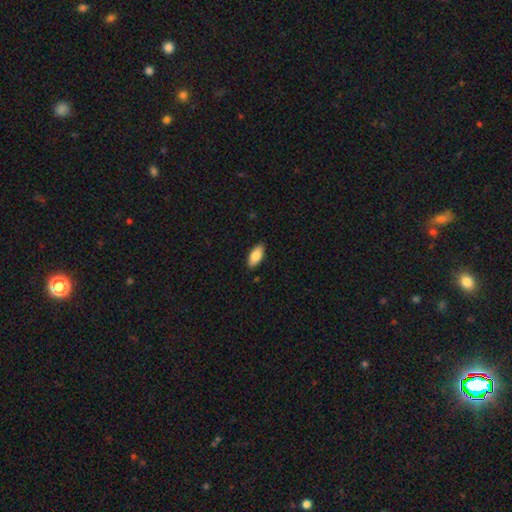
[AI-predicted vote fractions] A smooth galaxy with no disk features (81%) that is in between round and cigar-shaped (90%). Merging: none (89%).